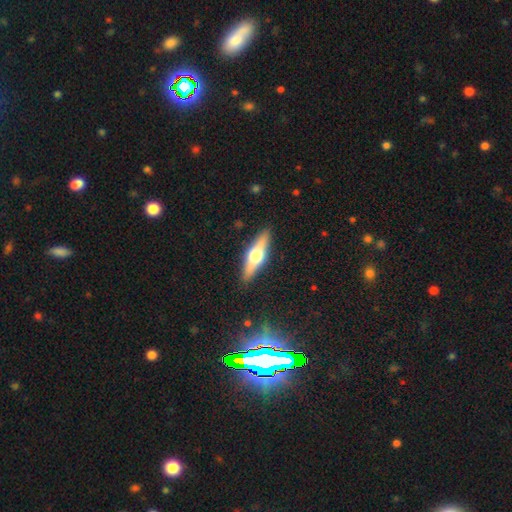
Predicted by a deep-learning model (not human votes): Smooth or featured?
  - featured or disk: 58% *
  - smooth: 36%
  - star or artifact: 6%
Edge-on disk?
  - yes: 94% *
  - no: 6%
Edge-on bulge?
  - rounded: 95% *
  - boxy: 3%
  - none: 2%
Merging?
  - none: 90% *
  - minor disturbance: 8%
  - major disturbance: 2%
  - merger: 1%